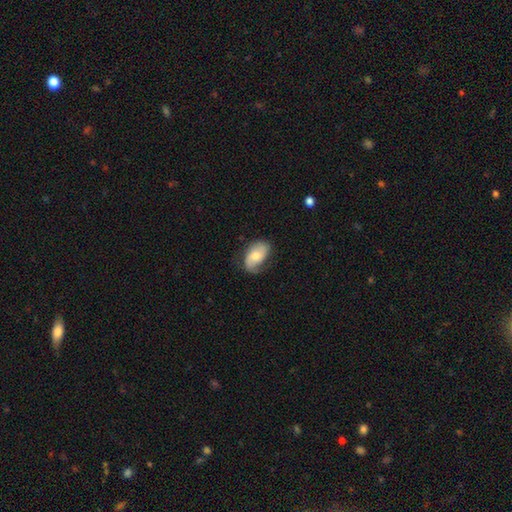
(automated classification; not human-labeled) Smooth or featured?
  - featured or disk: 53% *
  - smooth: 40%
  - star or artifact: 7%
Edge-on disk?
  - no: 96% *
  - yes: 4%
Bar?
  - no: 68% *
  - weak: 27%
  - strong: 5%
Spiral arms?
  - yes: 88% *
  - no: 12%
Bulge size?
  - moderate: 53% *
  - small: 35%
  - large: 7%
  - none: 4%
  - dominant: 1%
Merging?
  - none: 63% *
  - minor disturbance: 26%
  - major disturbance: 10%
  - merger: 1%